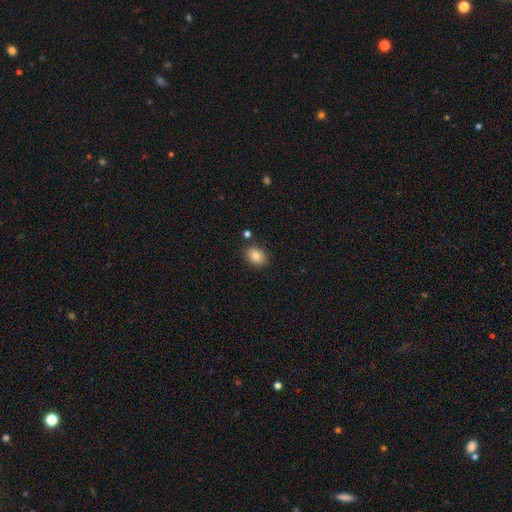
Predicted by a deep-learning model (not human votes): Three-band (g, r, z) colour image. It shows a smooth galaxy with no disk features (83%) that is in between round and cigar-shaped (67%). Merging: none (84%).